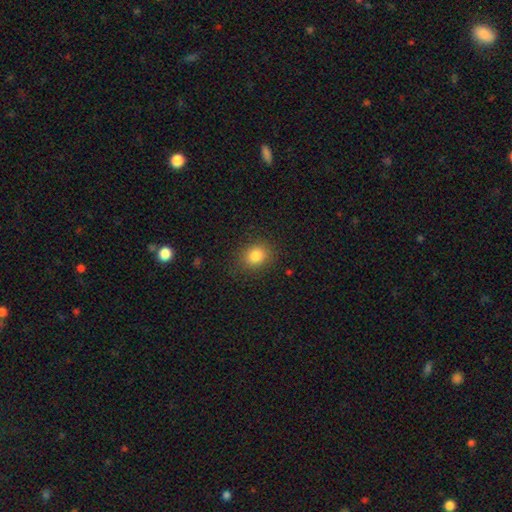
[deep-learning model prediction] Smooth or featured? Predicted: smooth (p=0.84). How rounded? Predicted: round (p=0.60). Merging? Predicted: none (p=0.86).